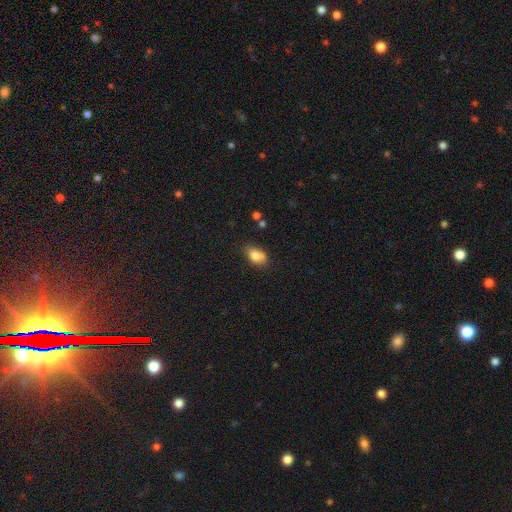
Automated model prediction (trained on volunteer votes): Smooth or featured?
  - smooth: 80% *
  - featured or disk: 10%
  - star or artifact: 9%
How rounded?
  - in between: 84% *
  - round: 14%
  - cigar-shaped: 2%
Merging?
  - none: 59% *
  - minor disturbance: 25%
  - merger: 11%
  - major disturbance: 6%